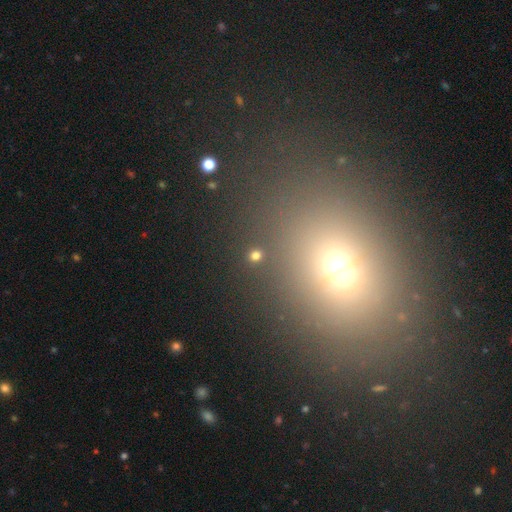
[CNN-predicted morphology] smooth 74%, star or artifact 22%, featured or disk 5%. Down the decision tree: how rounded — round (85%); merging — none (89%).